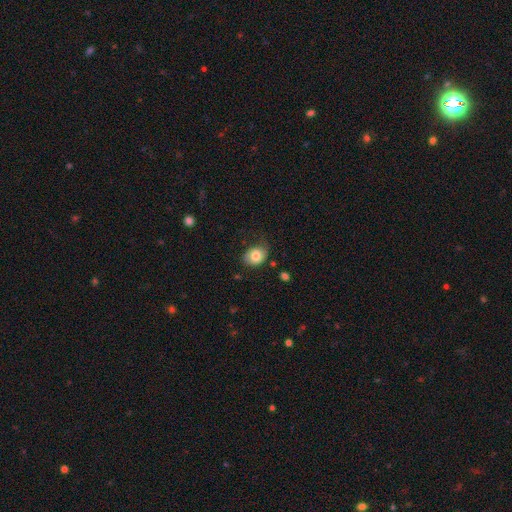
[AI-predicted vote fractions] This appears to be a smooth galaxy with no disk features (79%) that is in between round and cigar-shaped (57%). Merging: none (62%).